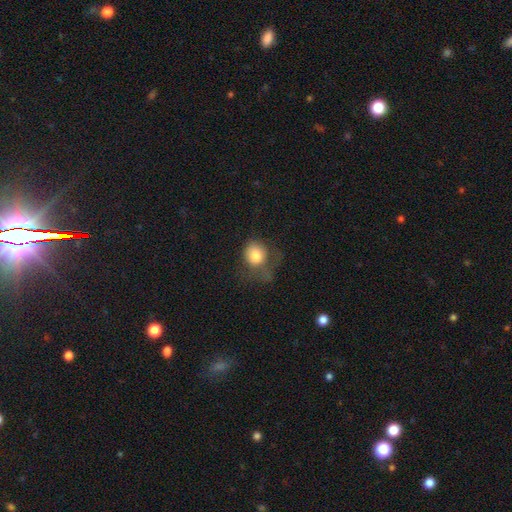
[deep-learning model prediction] smooth 79%, featured or disk 12%, star or artifact 9%. Down the decision tree: how rounded — round (72%); merging — major disturbance (39%).